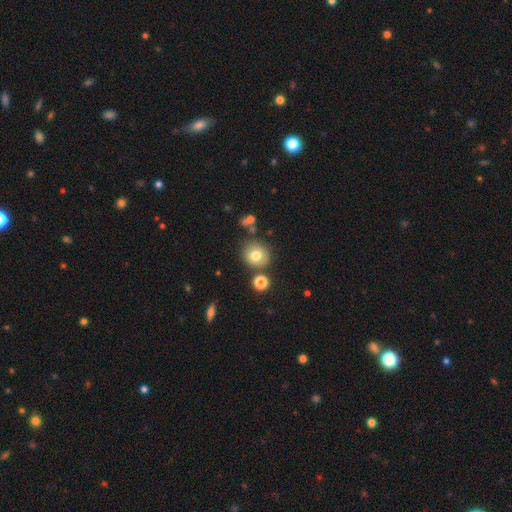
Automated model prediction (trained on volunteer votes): Overall: smooth (75%). How rounded: round (86%). Merging: none (76%).